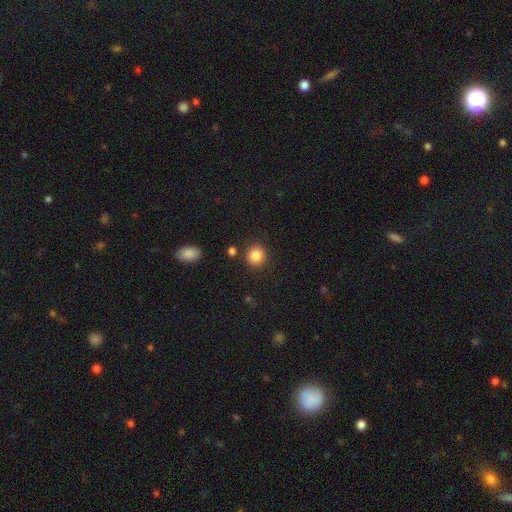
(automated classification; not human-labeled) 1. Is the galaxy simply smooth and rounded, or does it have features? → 86% smooth, 10% star or artifact, 4% featured or disk.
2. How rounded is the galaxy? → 87% round, 12% in between, 1% cigar-shaped.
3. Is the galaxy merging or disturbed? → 87% none, 7% minor disturbance, 4% merger, 3% major disturbance.